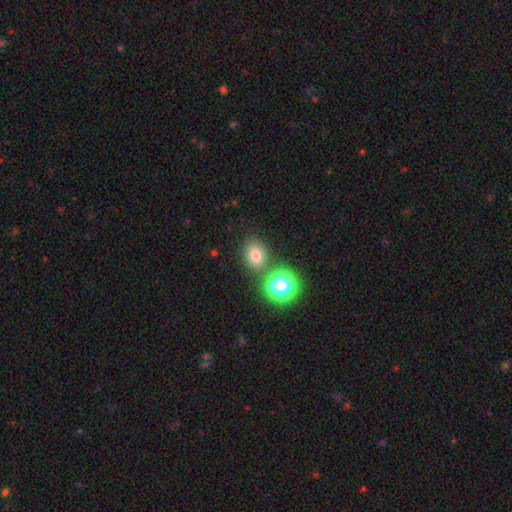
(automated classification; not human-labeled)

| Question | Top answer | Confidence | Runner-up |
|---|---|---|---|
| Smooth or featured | smooth | 73% | star or artifact (18%) |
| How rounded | round | 54% | in between (45%) |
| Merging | none | 75% | merger (11%) |